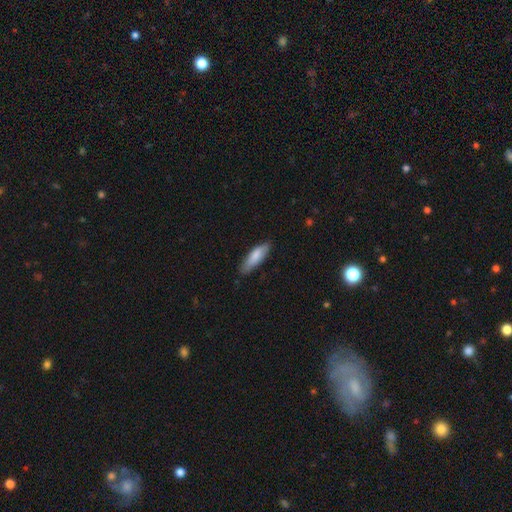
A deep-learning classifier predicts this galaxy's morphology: A smooth galaxy with no disk features (80%) that is cigar-shaped (53%). Merging: none (81%).